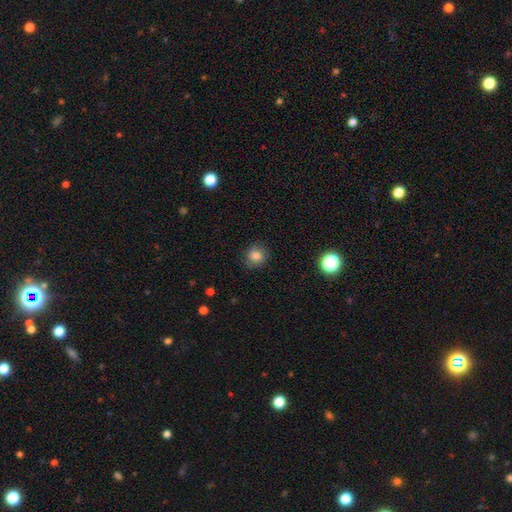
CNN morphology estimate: This appears to be a smooth galaxy with no disk features (81%) that is round (80%). Merging: none (85%).